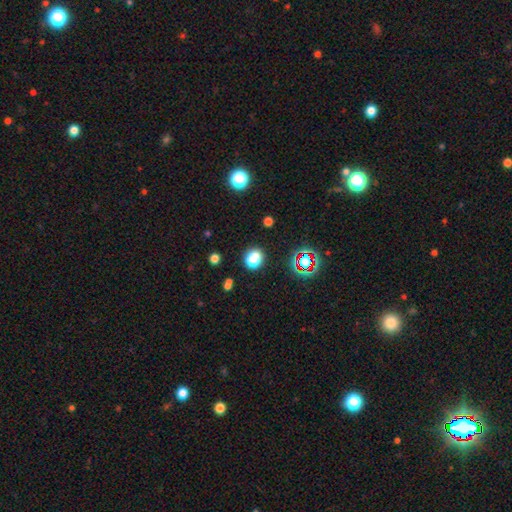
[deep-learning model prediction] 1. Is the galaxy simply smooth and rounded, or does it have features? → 73% smooth, 19% star or artifact, 7% featured or disk.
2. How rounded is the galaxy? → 57% round, 42% in between, 1% cigar-shaped.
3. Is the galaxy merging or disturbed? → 85% none, 10% minor disturbance, 3% major disturbance, 3% merger.